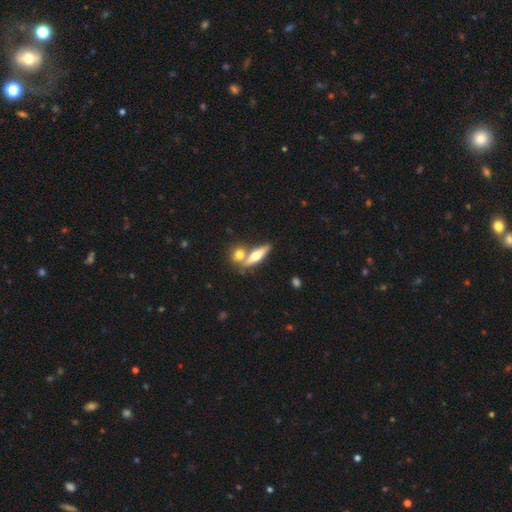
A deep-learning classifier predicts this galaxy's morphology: The model was most divided on "smooth or featured": featured or disk: 47%, smooth: 46%, star or artifact: 7%. More confident: merging — none (55%).